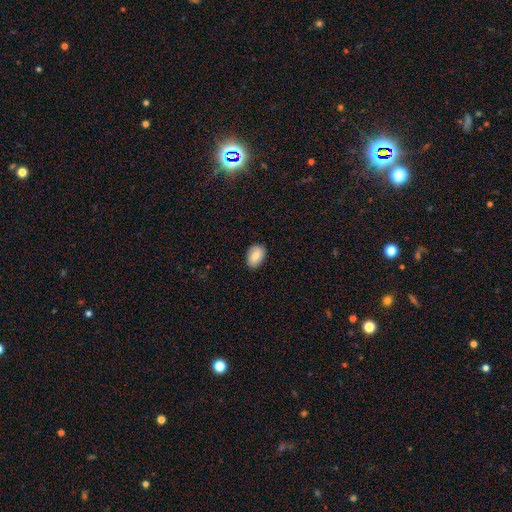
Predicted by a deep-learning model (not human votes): The model was most divided on "how rounded": in between: 82%, round: 16%, cigar-shaped: 1%. More confident: merging — none (85%); smooth or featured — smooth (83%).